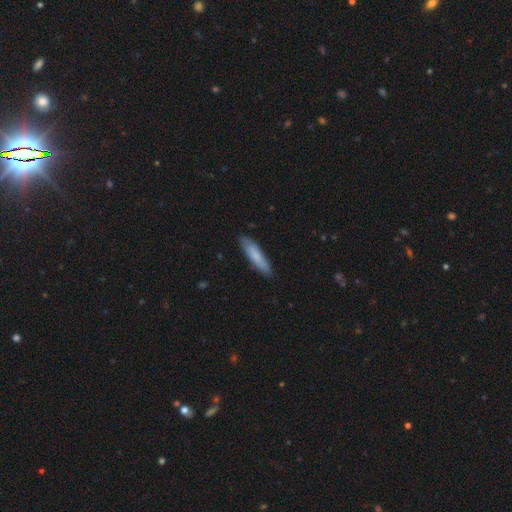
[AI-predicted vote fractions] This appears to be a smooth galaxy with no disk features (75%) that is cigar-shaped (78%). Merging: none (84%).